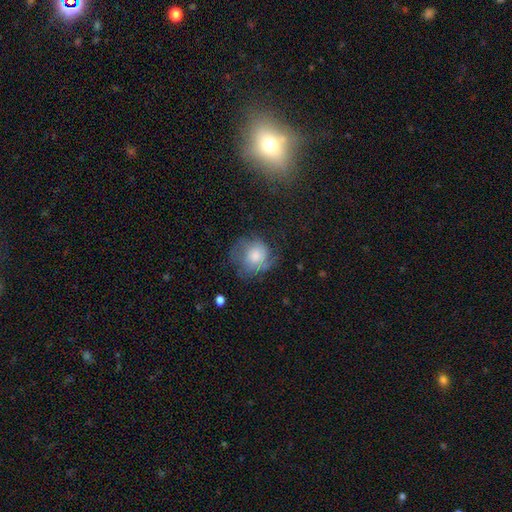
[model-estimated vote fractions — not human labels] Smooth or featured? smooth (52%)
How rounded? round (75%)
Merging? none (49%)